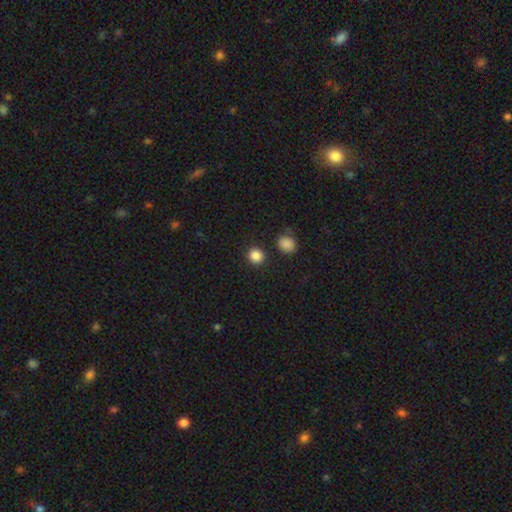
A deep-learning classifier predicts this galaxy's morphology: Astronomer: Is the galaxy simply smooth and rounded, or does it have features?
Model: smooth — 86%.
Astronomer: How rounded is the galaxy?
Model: round — 89%.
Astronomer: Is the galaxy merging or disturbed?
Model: none — 89%.